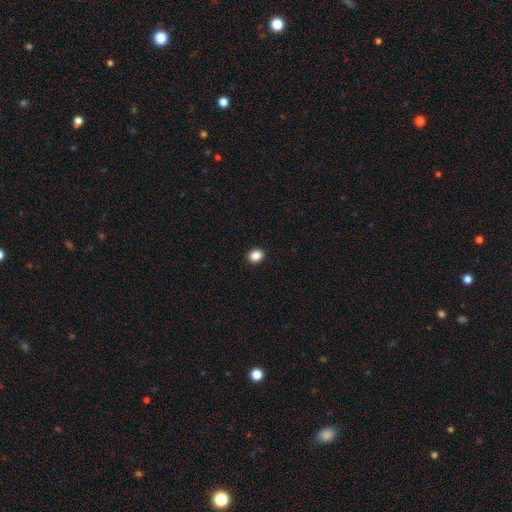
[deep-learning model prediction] This is clearly a smooth galaxy (88%). How rounded: likely round (63%). Merging: clearly none (92%).